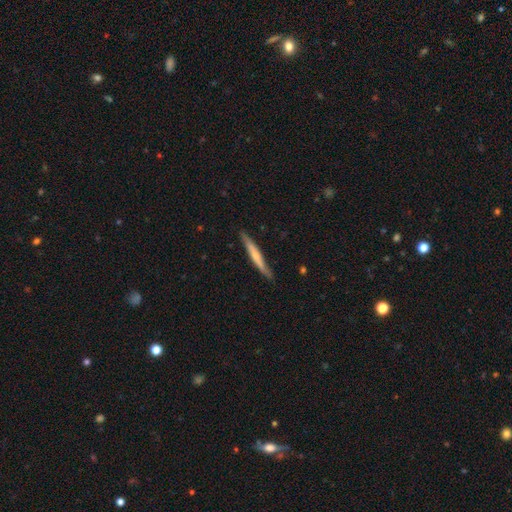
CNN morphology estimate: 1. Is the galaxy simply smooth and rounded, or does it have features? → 48% smooth, 47% featured or disk, 5% star or artifact.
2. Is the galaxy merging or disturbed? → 84% none, 13% minor disturbance, 2% major disturbance, 1% merger.